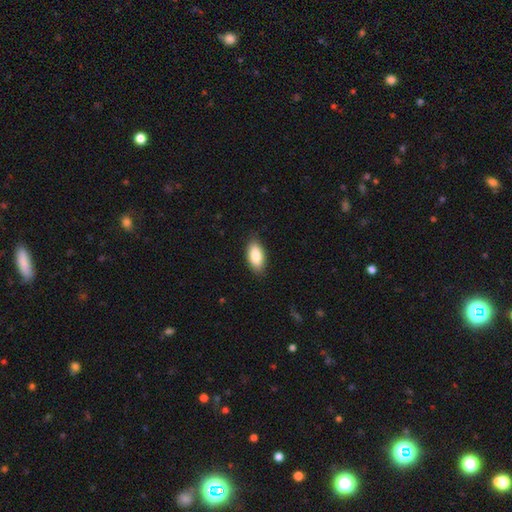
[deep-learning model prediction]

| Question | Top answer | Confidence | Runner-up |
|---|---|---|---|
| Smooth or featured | smooth | 87% | featured or disk (7%) |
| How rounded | in between | 91% | cigar-shaped (6%) |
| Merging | none | 85% | minor disturbance (12%) |